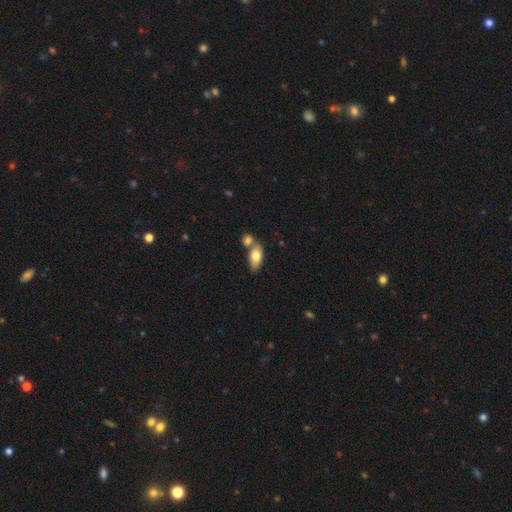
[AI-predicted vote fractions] smooth 77%, featured or disk 17%, star or artifact 6%. Down the decision tree: how rounded — in between (90%); merging — none (47%).